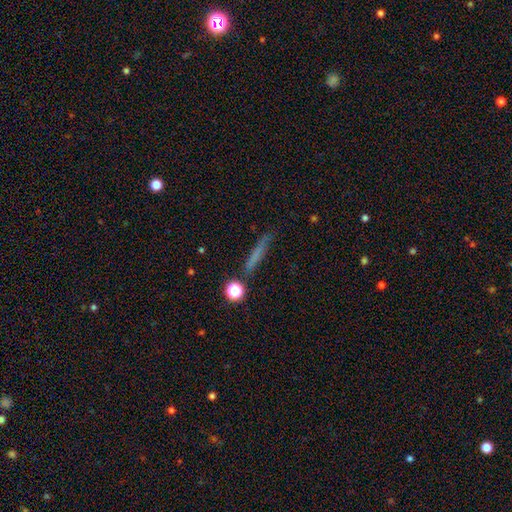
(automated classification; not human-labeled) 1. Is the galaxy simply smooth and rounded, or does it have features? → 61% smooth, 26% featured or disk, 13% star or artifact.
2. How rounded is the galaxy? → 88% cigar-shaped, 6% in between, 6% round.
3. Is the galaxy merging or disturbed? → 78% none, 13% minor disturbance, 4% major disturbance, 4% merger.